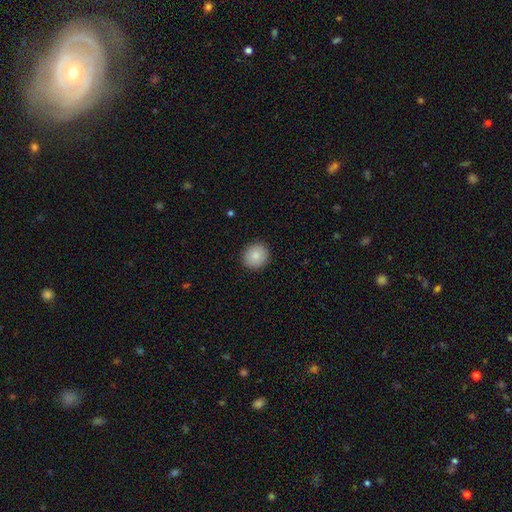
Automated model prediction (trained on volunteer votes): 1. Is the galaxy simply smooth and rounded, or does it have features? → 87% smooth, 8% star or artifact, 6% featured or disk.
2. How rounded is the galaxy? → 85% round, 14% in between, 1% cigar-shaped.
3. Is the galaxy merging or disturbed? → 91% none, 6% minor disturbance, 2% major disturbance, 1% merger.